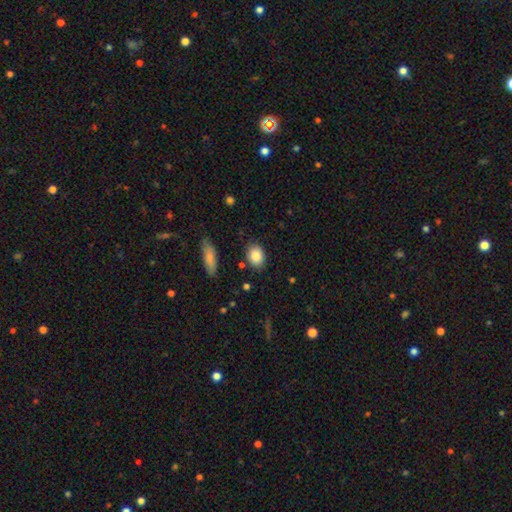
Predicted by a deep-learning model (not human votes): The model was most divided on "how rounded": in between: 65%, round: 33%, cigar-shaped: 2%. More confident: smooth or featured — smooth (86%); merging — none (83%).